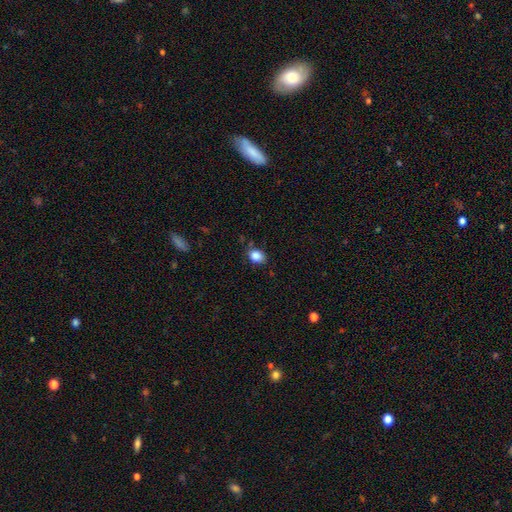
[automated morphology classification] A smooth galaxy with no disk features (86%) that is in between round and cigar-shaped (59%). Merging: none (76%).